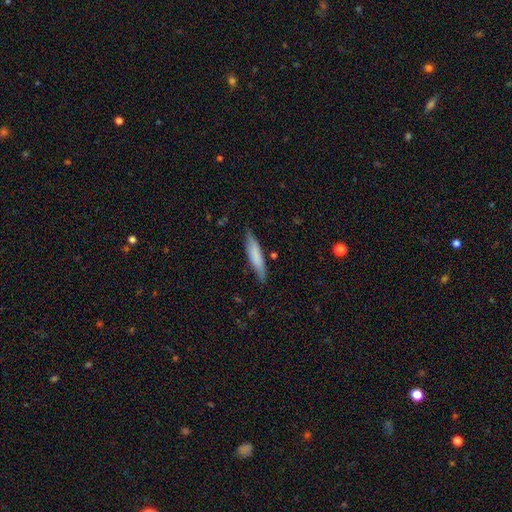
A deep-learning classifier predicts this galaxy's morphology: Overall: smooth (72%). How rounded: cigar-shaped (82%). Merging: none (78%).